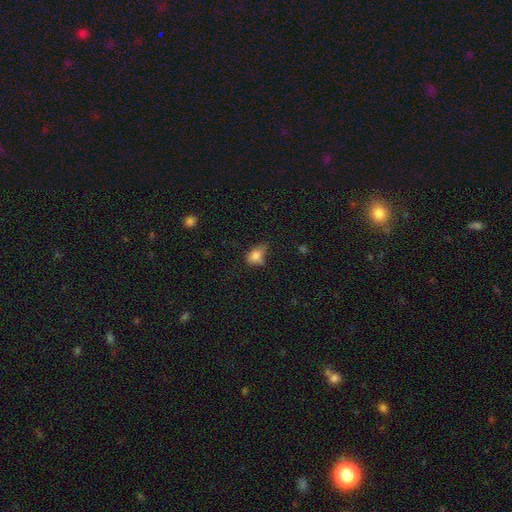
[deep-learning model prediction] This appears to be a smooth galaxy with no disk features (75%) that is in between round and cigar-shaped (74%). Merging: minor disturbance (38%).